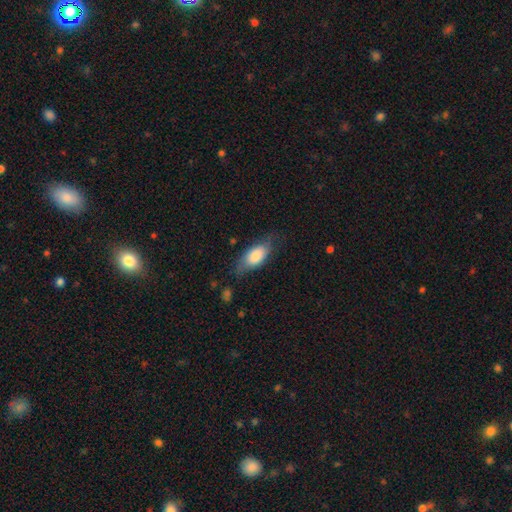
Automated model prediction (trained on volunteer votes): This appears to be a smooth galaxy with no disk features (77%) that is in between round and cigar-shaped (86%). Merging: none (63%).